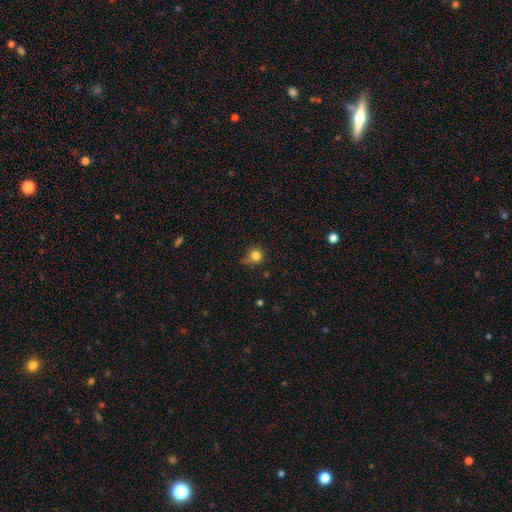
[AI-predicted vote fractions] smooth 81%, star or artifact 12%, featured or disk 7%. Down the decision tree: how rounded — round (87%); merging — none (59%).